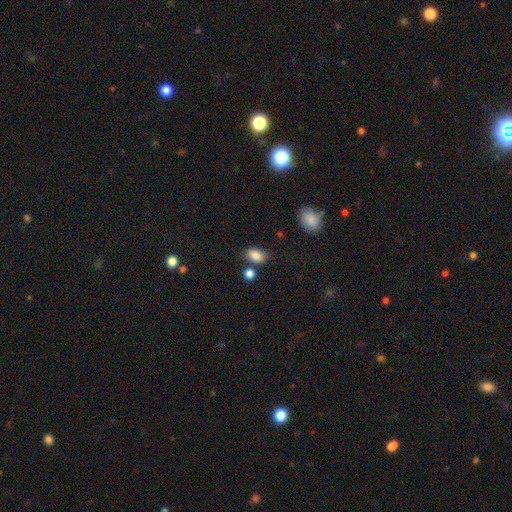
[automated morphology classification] Smooth or featured: smooth — 84% (star or artifact — 9%)
How rounded: in between — 85% (round — 13%)
Merging: none — 68% (minor disturbance — 16%)